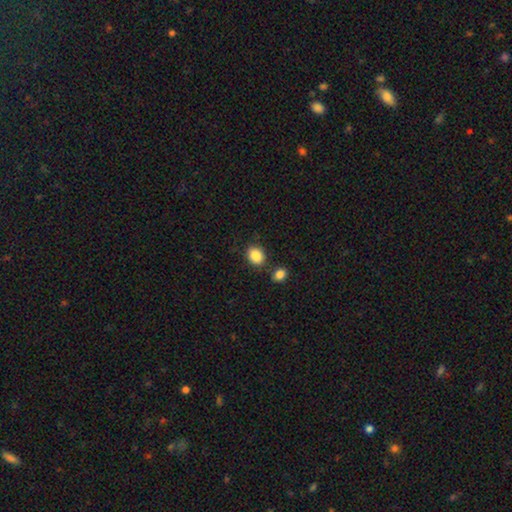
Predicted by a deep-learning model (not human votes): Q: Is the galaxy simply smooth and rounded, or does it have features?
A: smooth — 88%.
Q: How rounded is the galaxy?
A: in between — 54%.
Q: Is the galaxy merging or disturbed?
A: none — 78%.